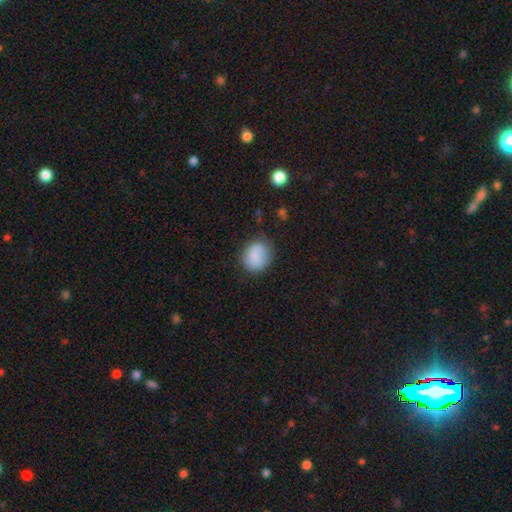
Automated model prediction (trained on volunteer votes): Smooth or featured? Predicted: smooth (p=0.82). How rounded? Predicted: round (p=0.67). Merging? Predicted: none (p=0.73).